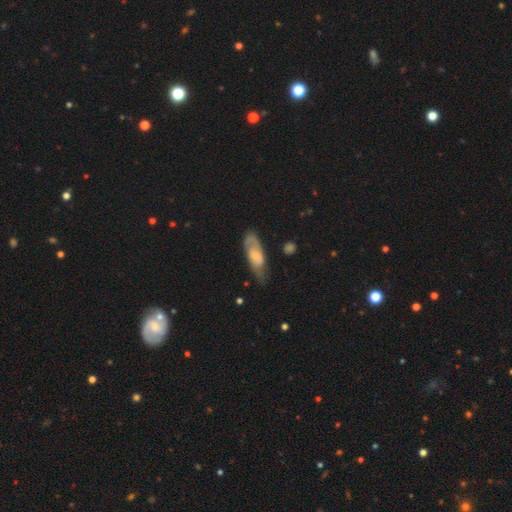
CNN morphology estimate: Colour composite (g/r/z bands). It shows a featured or disk galaxy (54%). Merging: none (58%).